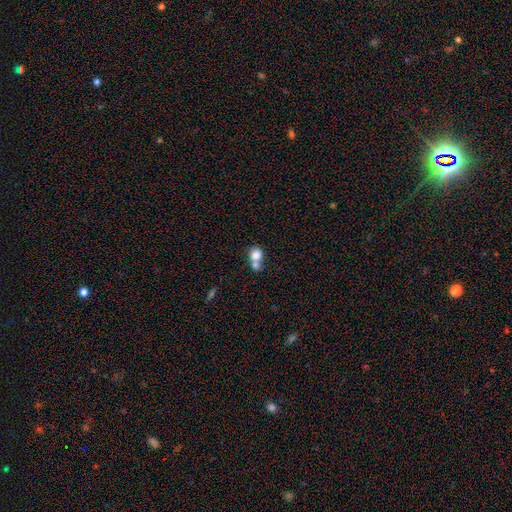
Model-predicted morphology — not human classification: A smooth galaxy with no disk features (80%) that is round (73%). Merging: merger (60%).